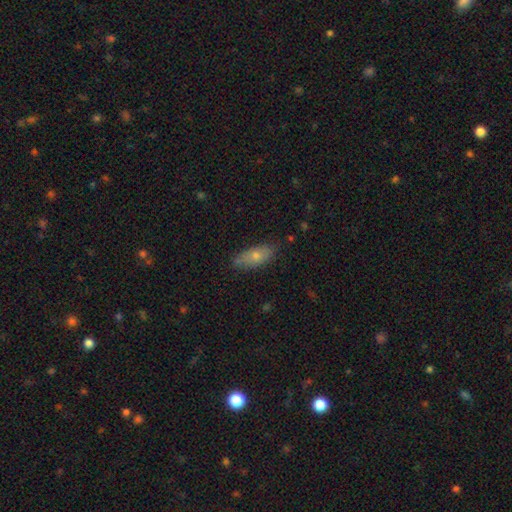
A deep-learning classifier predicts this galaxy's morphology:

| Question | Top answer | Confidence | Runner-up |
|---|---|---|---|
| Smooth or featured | smooth | 66% | featured or disk (25%) |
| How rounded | in between | 72% | cigar-shaped (25%) |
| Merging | none | 78% | minor disturbance (17%) |